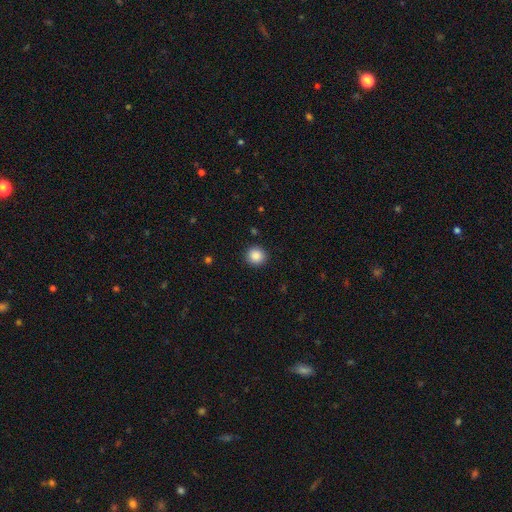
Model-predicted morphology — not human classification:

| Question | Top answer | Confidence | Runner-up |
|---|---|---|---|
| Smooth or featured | smooth | 87% | star or artifact (9%) |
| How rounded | round | 92% | in between (7%) |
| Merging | none | 91% | minor disturbance (6%) |